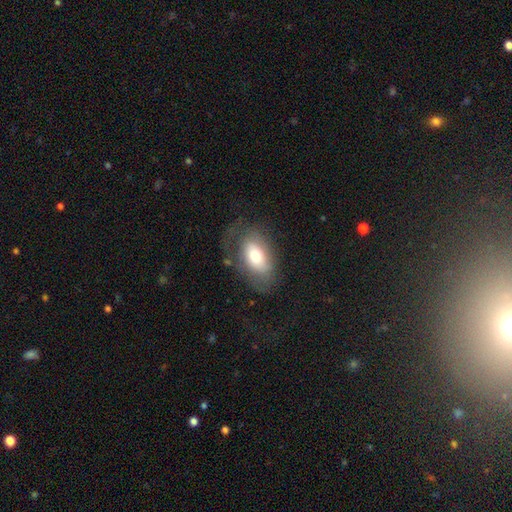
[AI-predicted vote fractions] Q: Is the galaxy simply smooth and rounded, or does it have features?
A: smooth — 63%.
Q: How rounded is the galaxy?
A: in between — 90%.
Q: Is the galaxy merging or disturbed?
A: none — 58%.